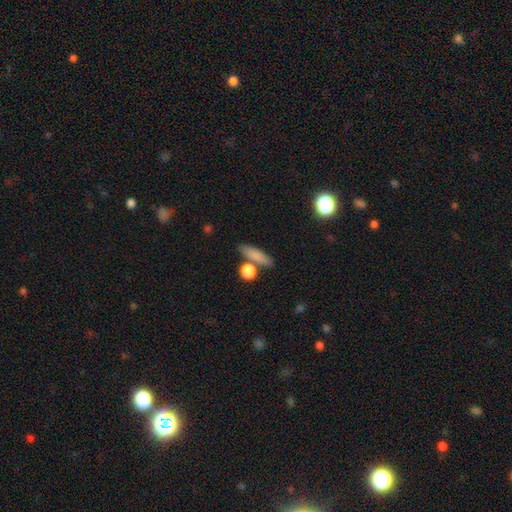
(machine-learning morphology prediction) Smooth or featured? Predicted: smooth (p=0.80). How rounded? Predicted: cigar-shaped (p=0.55). Merging? Predicted: none (p=0.74).